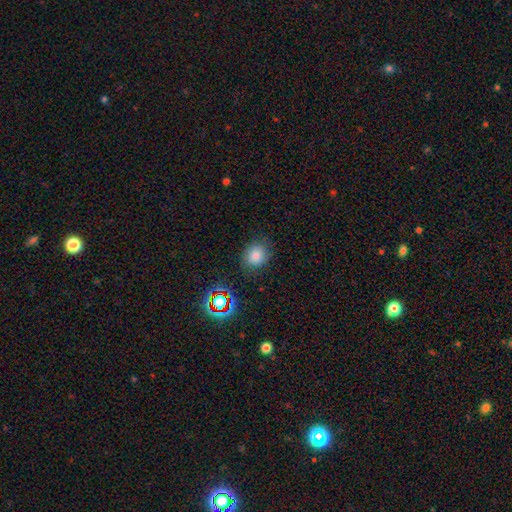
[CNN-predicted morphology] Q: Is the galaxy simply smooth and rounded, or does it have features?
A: smooth — 76%.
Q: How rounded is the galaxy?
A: round — 72%.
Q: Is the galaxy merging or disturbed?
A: none — 81%.